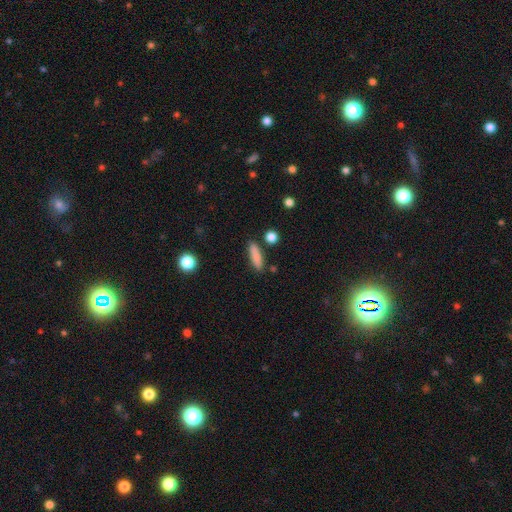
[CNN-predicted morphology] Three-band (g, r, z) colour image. It shows a smooth galaxy with no disk features (84%) that is cigar-shaped (69%). Merging: none (83%).